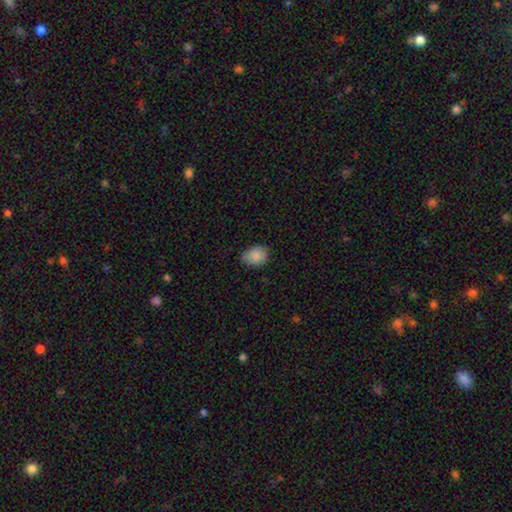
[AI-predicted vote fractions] This appears to be a smooth galaxy with no disk features (87%) that is in between round and cigar-shaped (62%). Merging: none (69%).